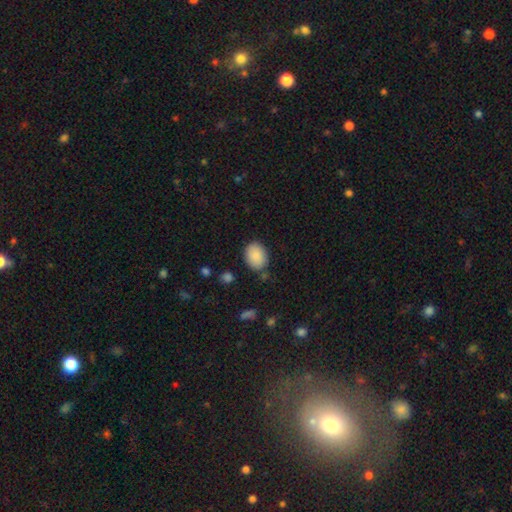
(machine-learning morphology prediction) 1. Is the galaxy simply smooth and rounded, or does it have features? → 89% smooth, 7% star or artifact, 4% featured or disk.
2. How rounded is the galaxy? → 73% in between, 26% round, 1% cigar-shaped.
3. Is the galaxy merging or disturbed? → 81% none, 13% minor disturbance, 3% major disturbance, 3% merger.